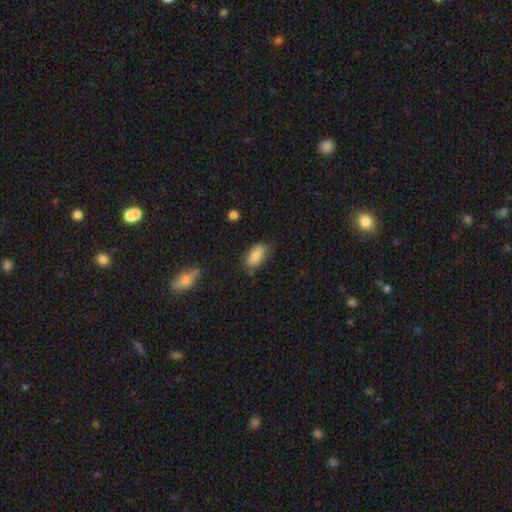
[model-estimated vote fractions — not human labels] Smooth or featured: smooth — 82% (featured or disk — 10%)
How rounded: in between — 91% (cigar-shaped — 6%)
Merging: none — 67% (minor disturbance — 25%)